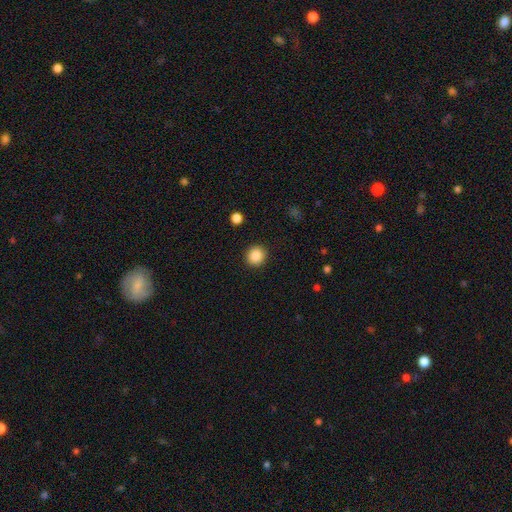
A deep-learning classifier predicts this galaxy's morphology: Smooth or featured: smooth — 87% (star or artifact — 9%)
How rounded: round — 90% (in between — 9%)
Merging: none — 92% (minor disturbance — 5%)